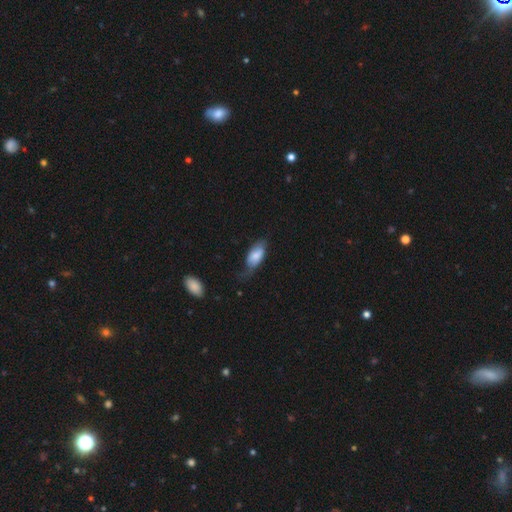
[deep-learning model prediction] Smooth or featured? Predicted: smooth (p=0.66). How rounded? Predicted: in between (p=0.89). Merging? Predicted: none (p=0.41).